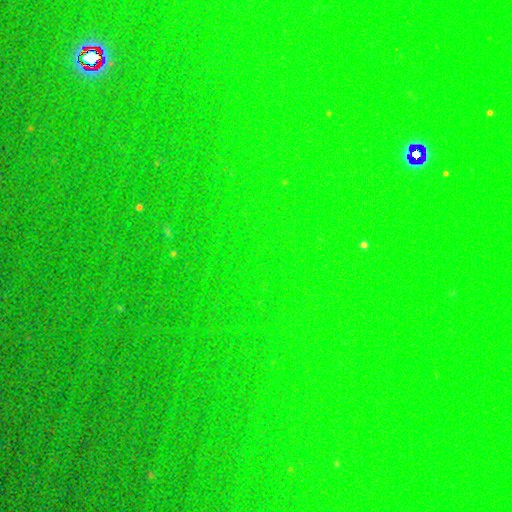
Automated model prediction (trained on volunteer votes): A star or artifact, not a galaxy (80%).

Vote fractions:
- Smooth or featured? star or artifact: 80% / smooth: 12% / featured or disk: 8%